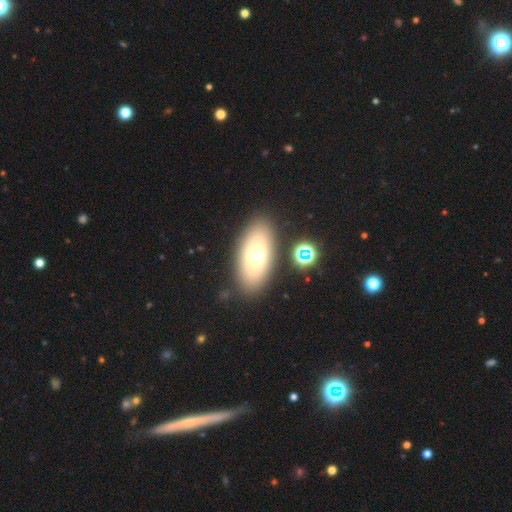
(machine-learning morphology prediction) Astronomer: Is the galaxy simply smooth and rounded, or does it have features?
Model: smooth — 64%.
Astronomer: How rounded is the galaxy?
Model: in between — 86%.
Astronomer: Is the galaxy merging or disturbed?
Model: none — 83%.